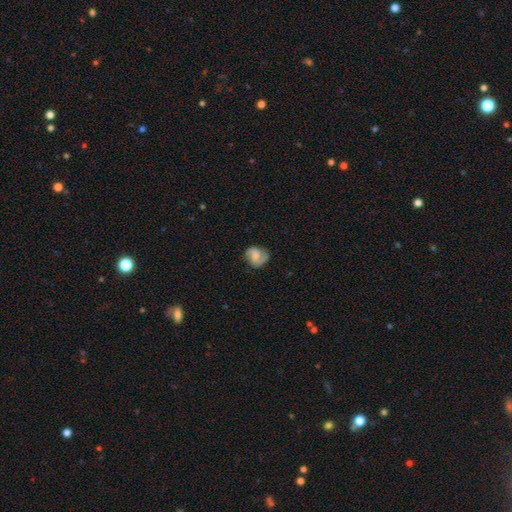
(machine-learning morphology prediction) featured or disk 66%, smooth 27%, star or artifact 8%. Down the decision tree: edge-on disk — no (98%); bar — weak (44%, tied with no); spiral arms — yes (93%); spiral arm count — 2 (82%); spiral winding — medium (49%); bulge size — none (40%); merging — none (71%).